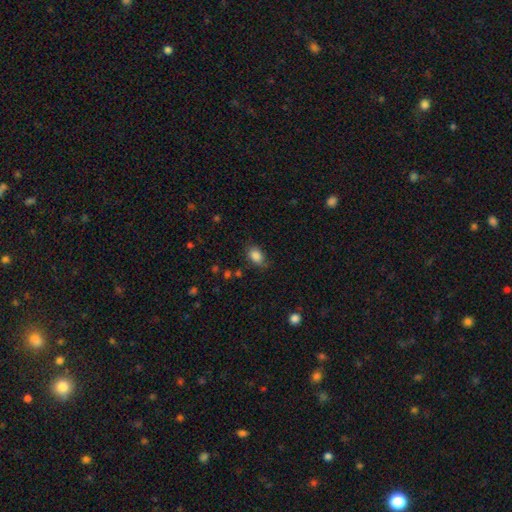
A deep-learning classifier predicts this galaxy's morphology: smooth 86%, star or artifact 9%, featured or disk 5%. Down the decision tree: how rounded — in between (80%); merging — none (72%).